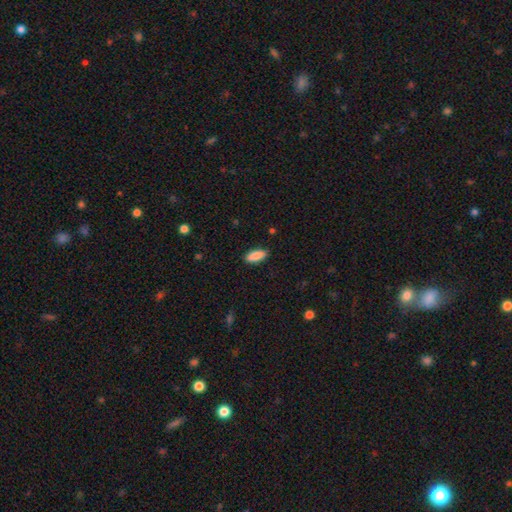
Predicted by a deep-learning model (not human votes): Morphology: type=smooth (89%); roundness=in between (81%); merging=none (89%).